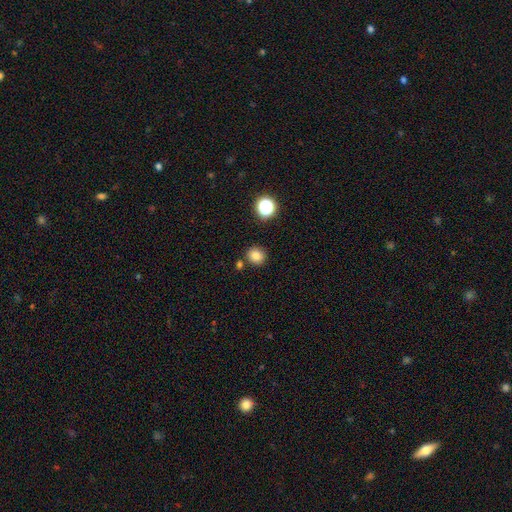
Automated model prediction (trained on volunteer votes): Smooth or featured? smooth (81%)
How rounded? round (85%)
Merging? none (83%)